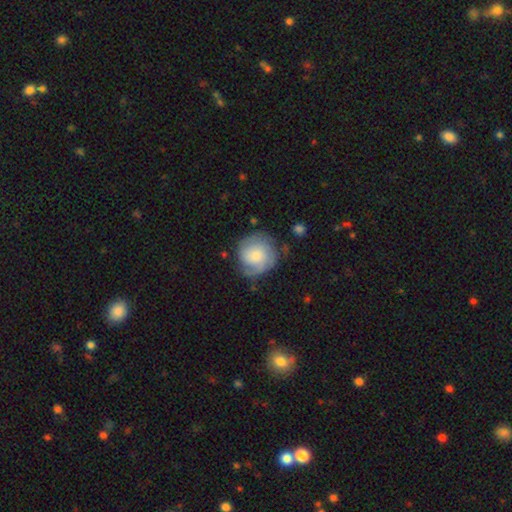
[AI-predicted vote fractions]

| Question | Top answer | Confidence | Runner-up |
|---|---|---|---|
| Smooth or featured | featured or disk | 60% | smooth (33%) |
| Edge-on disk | no | 98% | yes (2%) |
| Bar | no | 75% | weak (22%) |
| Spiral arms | yes | 90% | no (10%) |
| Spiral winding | tight | 58% | medium (31%) |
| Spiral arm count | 2 | 34% | can't tell (32%) |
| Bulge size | small | 41% | moderate (39%) |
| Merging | none | 70% | minor disturbance (20%) |